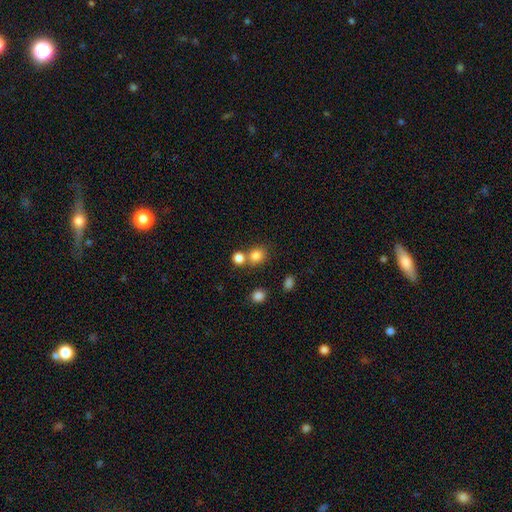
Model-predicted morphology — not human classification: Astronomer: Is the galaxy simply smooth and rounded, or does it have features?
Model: smooth — 81%.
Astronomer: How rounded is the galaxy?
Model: round — 75%.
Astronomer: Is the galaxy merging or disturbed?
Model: none — 57%.